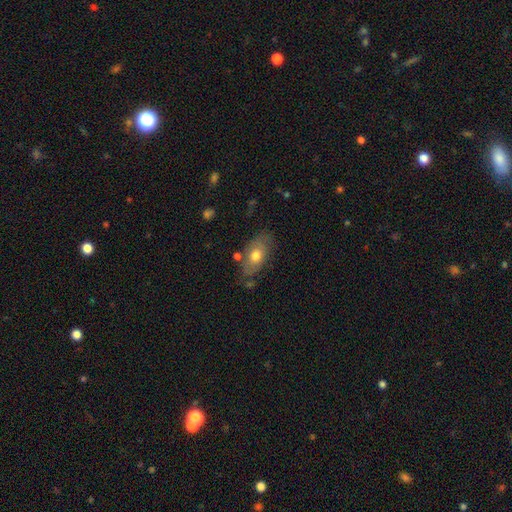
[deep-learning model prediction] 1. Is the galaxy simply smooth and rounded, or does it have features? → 67% smooth, 26% featured or disk, 7% star or artifact.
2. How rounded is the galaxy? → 89% in between, 7% round, 4% cigar-shaped.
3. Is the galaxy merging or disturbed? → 69% none, 20% minor disturbance, 6% major disturbance, 5% merger.